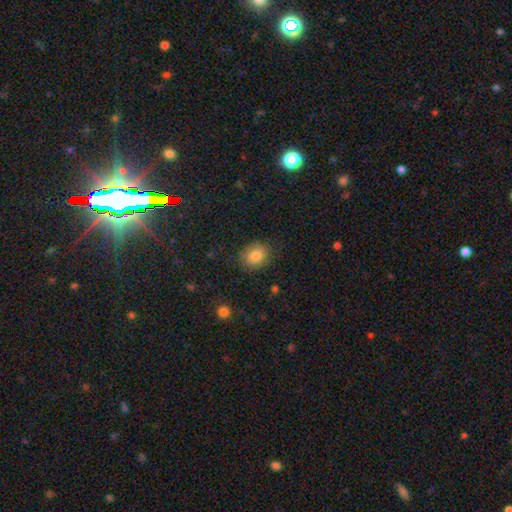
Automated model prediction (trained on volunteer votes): Smooth or featured: smooth — 83% (star or artifact — 10%)
How rounded: round — 58% (in between — 41%)
Merging: none — 84% (minor disturbance — 12%)